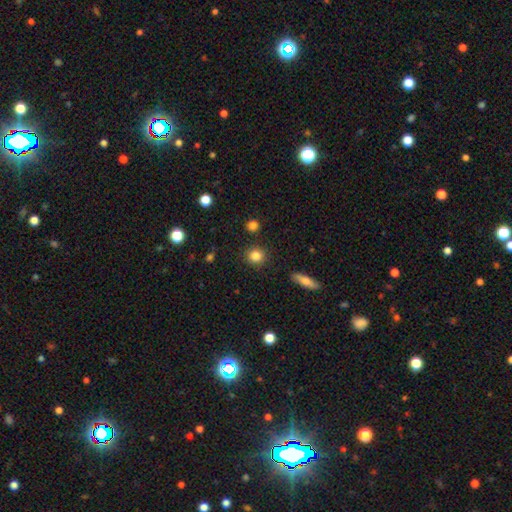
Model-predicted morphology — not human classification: Q: Smooth or featured?
A: smooth (84%); runner-up: star or artifact (10%)
Q: How rounded?
A: round (88%); runner-up: in between (11%)
Q: Merging?
A: none (89%); runner-up: minor disturbance (6%)